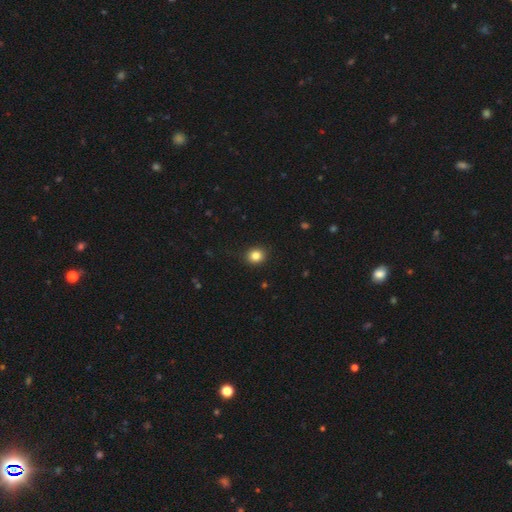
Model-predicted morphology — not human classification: Smooth or featured? smooth (85%)
How rounded? round (80%)
Merging? none (90%)